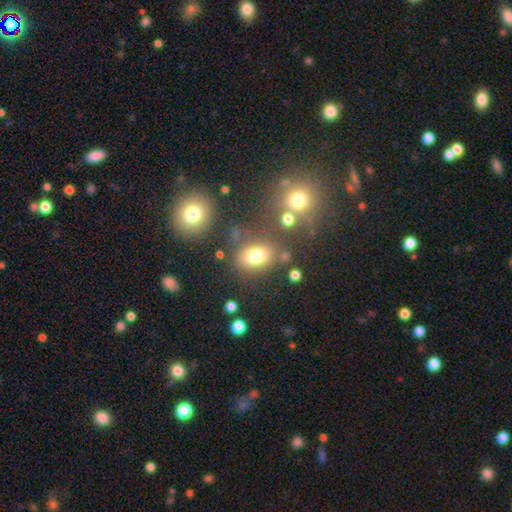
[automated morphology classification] Smooth or featured?
  - smooth: 74% *
  - star or artifact: 16%
  - featured or disk: 10%
How rounded?
  - in between: 60% *
  - round: 38%
  - cigar-shaped: 2%
Merging?
  - none: 70% *
  - minor disturbance: 14%
  - merger: 10%
  - major disturbance: 7%